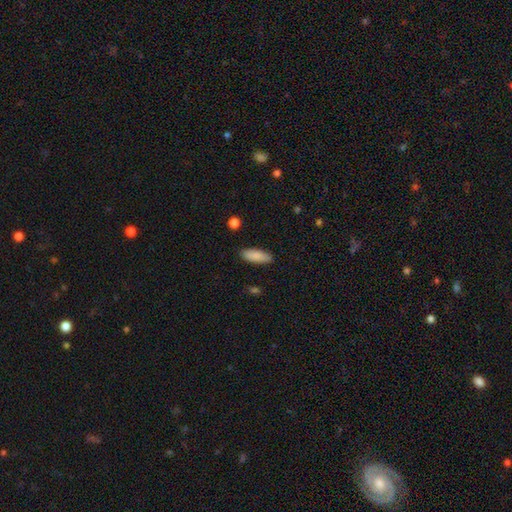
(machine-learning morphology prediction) A smooth galaxy with no disk features (88%) that is in between round and cigar-shaped (66%). Merging: none (88%).